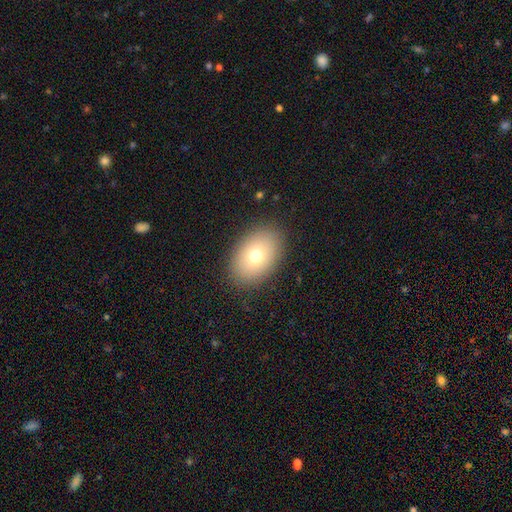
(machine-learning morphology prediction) smooth-or-featured: smooth: 74% | featured or disk: 16% | star or artifact: 11%
  how-rounded: in between: 81% | round: 18% | cigar-shaped: 1%
  merging: none: 88% | minor disturbance: 8% | major disturbance: 3% | merger: 1%